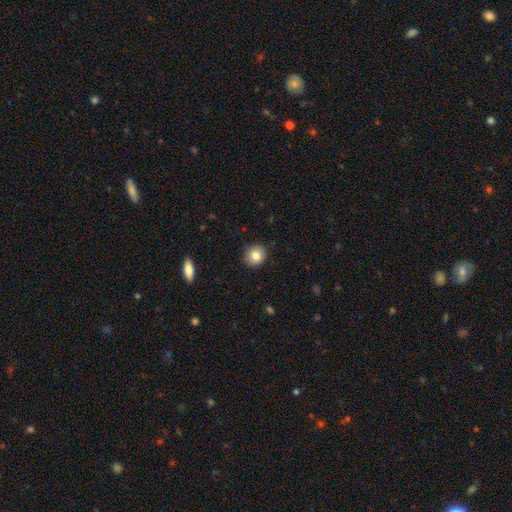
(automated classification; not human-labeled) Q: Smooth or featured?
A: smooth (83%); runner-up: star or artifact (9%)
Q: How rounded?
A: round (82%); runner-up: in between (17%)
Q: Merging?
A: none (90%); runner-up: minor disturbance (8%)